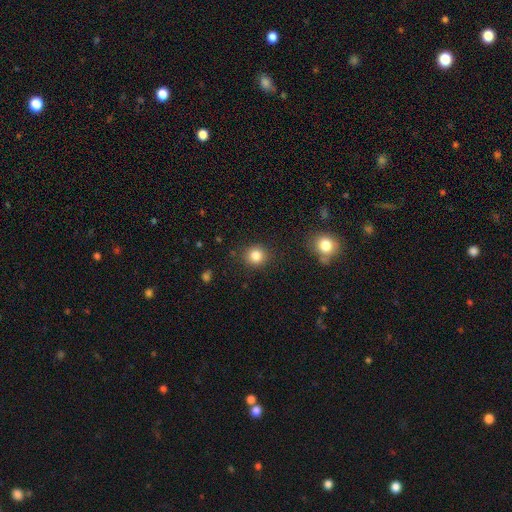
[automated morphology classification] This appears to be a smooth galaxy with no disk features (83%) that is round (89%). Merging: none (89%).